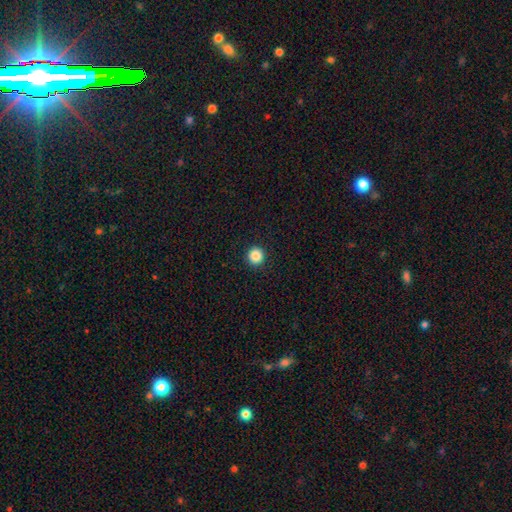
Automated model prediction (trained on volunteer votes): Morphology: type=smooth (87%); roundness=round (95%); merging=none (93%).